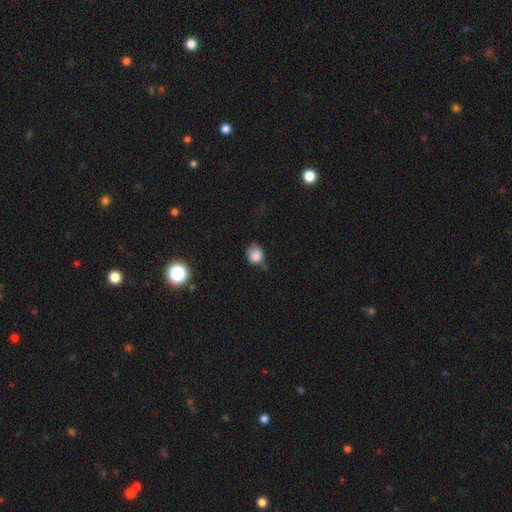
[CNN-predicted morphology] This is clearly a smooth galaxy (83%). How rounded: likely round (70%). Merging: possibly none (46%).